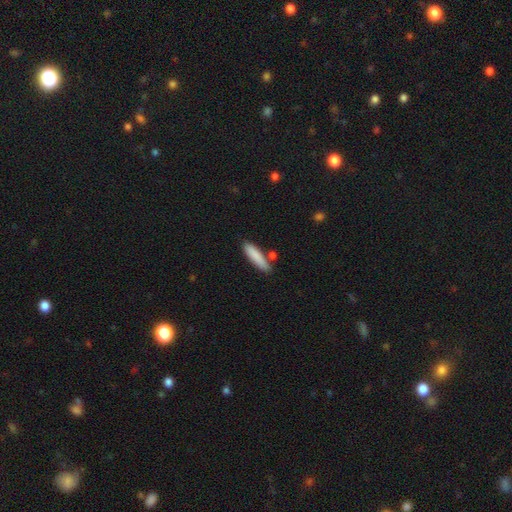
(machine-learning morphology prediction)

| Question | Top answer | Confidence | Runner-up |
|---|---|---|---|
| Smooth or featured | smooth | 84% | featured or disk (10%) |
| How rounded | cigar-shaped | 75% | in between (23%) |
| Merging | none | 78% | minor disturbance (13%) |